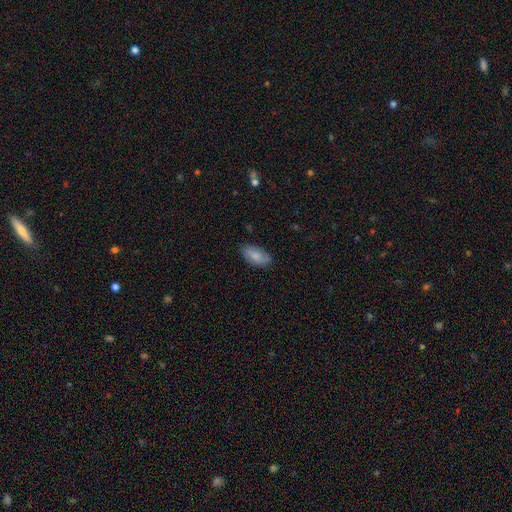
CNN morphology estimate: Smooth or featured? Predicted: smooth (p=0.75). How rounded? Predicted: in between (p=0.93). Merging? Predicted: none (p=0.80).